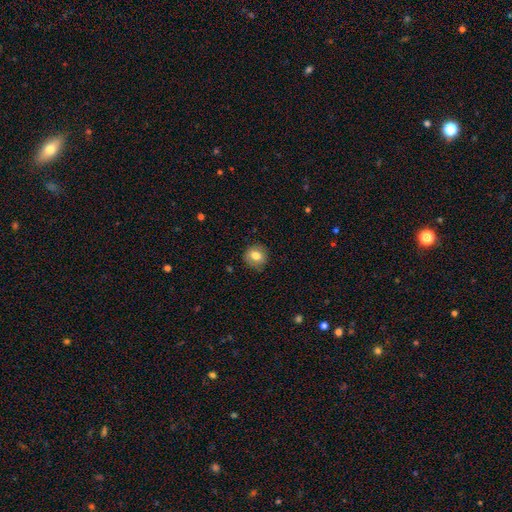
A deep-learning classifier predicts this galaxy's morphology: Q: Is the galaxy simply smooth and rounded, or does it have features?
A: smooth — 78%.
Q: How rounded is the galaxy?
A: round — 83%.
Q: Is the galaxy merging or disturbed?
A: none — 86%.